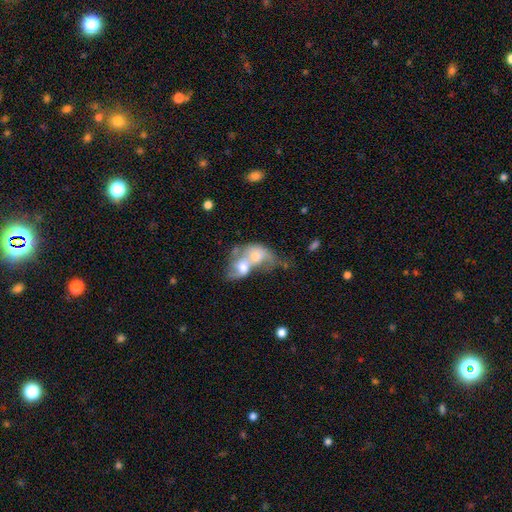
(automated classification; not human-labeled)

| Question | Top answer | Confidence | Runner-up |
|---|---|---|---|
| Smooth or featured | smooth | 48% | featured or disk (44%) |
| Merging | merger | 82% | major disturbance (8%) |